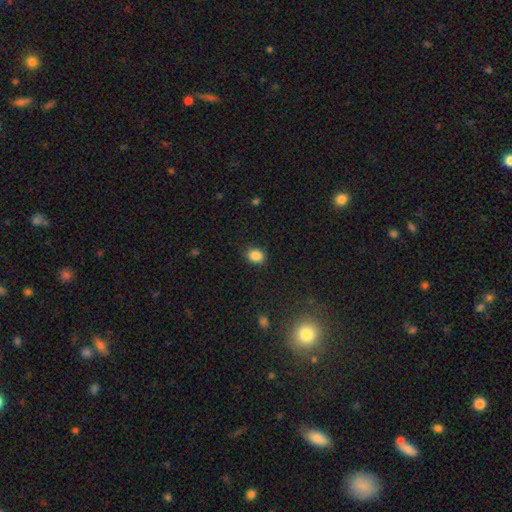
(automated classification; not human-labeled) This is clearly a smooth galaxy (86%). How rounded: possibly in between (55%). Merging: clearly none (88%).